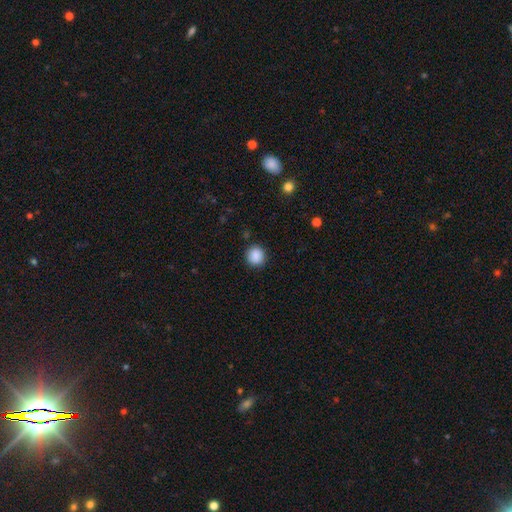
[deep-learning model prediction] A smooth galaxy with no disk features (88%) that is round (89%). Merging: none (89%).